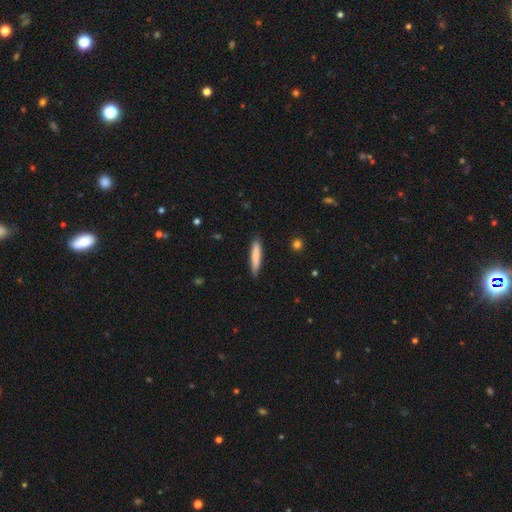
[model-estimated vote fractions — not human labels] The model was most divided on "smooth or featured": smooth: 80%, featured or disk: 14%, star or artifact: 6%. More confident: how rounded — cigar-shaped (89%); merging — none (85%).